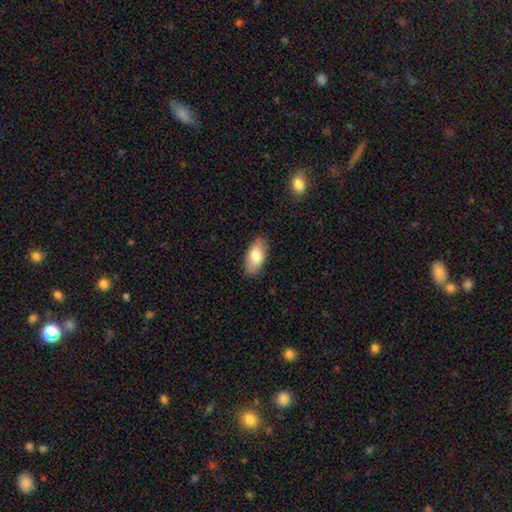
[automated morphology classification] Smooth or featured? Predicted: smooth (p=0.78). How rounded? Predicted: in between (p=0.93). Merging? Predicted: none (p=0.87).